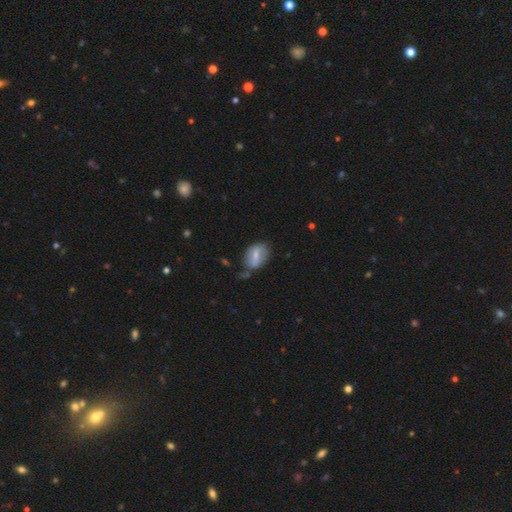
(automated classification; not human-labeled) Smooth or featured? smooth (49%)
Merging? none (61%)